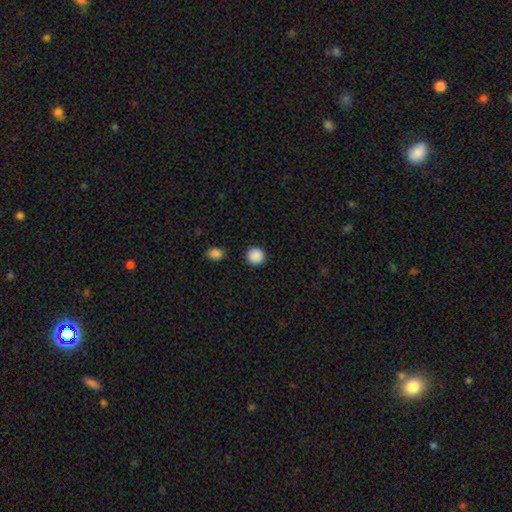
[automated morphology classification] This is clearly a smooth galaxy (89%). How rounded: clearly round (92%). Merging: clearly none (90%).